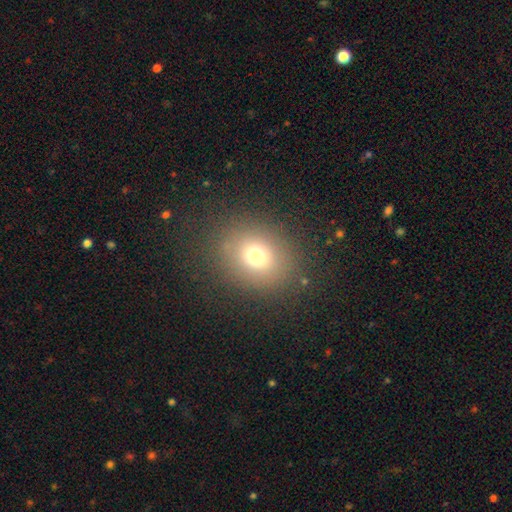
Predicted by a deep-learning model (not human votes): Smooth or featured? Predicted: smooth (p=0.72). How rounded? Predicted: round (p=0.63). Merging? Predicted: none (p=0.84).